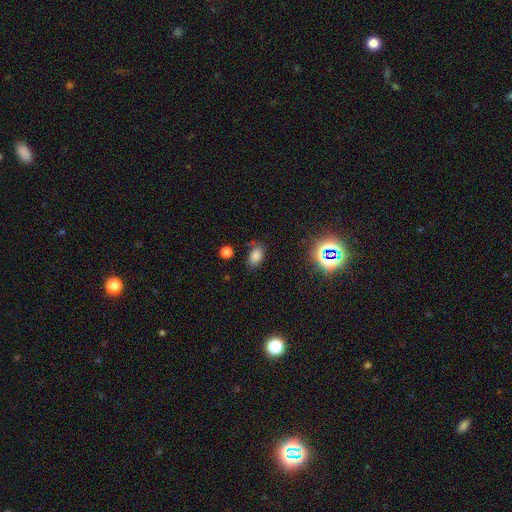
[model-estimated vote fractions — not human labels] A smooth galaxy with no disk features (73%) that is in between round and cigar-shaped (86%). Merging: none (60%).